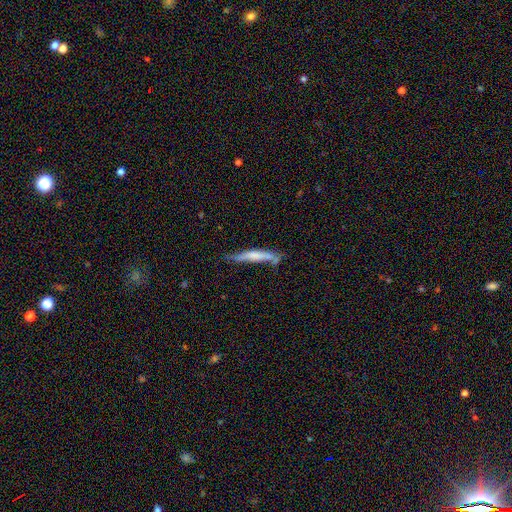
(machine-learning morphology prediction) Smooth or featured: smooth — 54% (featured or disk — 40%)
How rounded: cigar-shaped — 92% (in between — 7%)
Merging: none — 54% (minor disturbance — 25%)